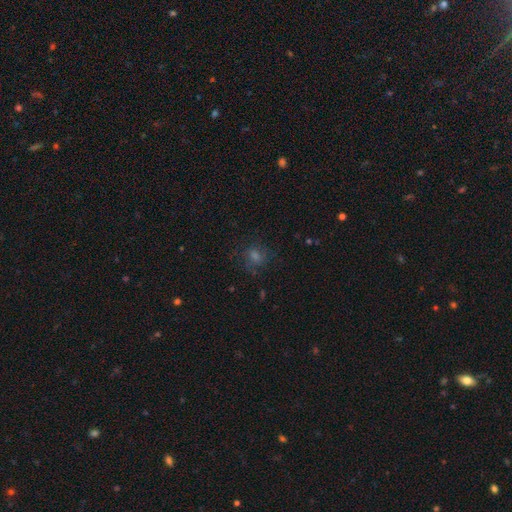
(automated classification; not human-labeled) Smooth or featured? smooth (49%)
Merging? none (76%)